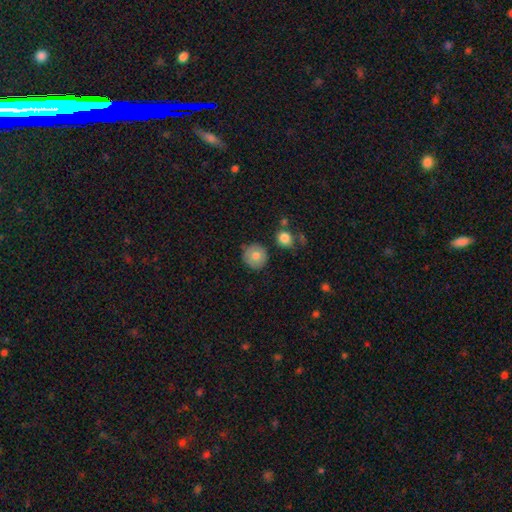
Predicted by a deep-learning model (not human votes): Smooth or featured?
  - smooth: 77% *
  - featured or disk: 15%
  - star or artifact: 8%
How rounded?
  - round: 92% *
  - in between: 7%
  - cigar-shaped: 1%
Merging?
  - none: 82% *
  - minor disturbance: 11%
  - merger: 4%
  - major disturbance: 3%